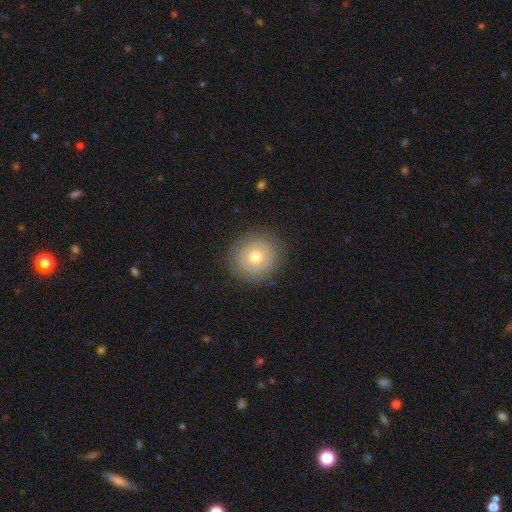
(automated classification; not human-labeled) Smooth or featured? smooth (56%)
How rounded? round (90%)
Merging? none (86%)